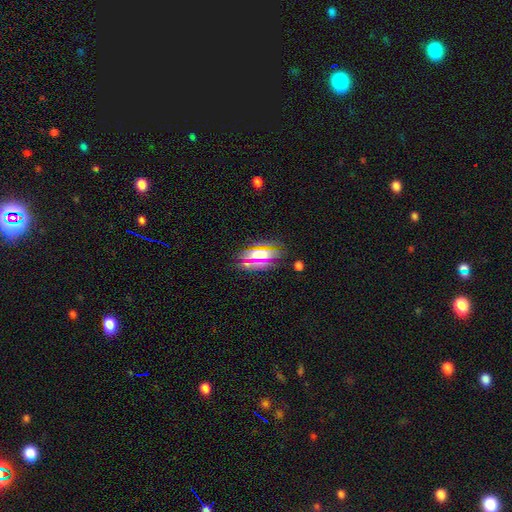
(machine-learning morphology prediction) type=smooth (53%); roundness=in between (80%); merging=none (76%).